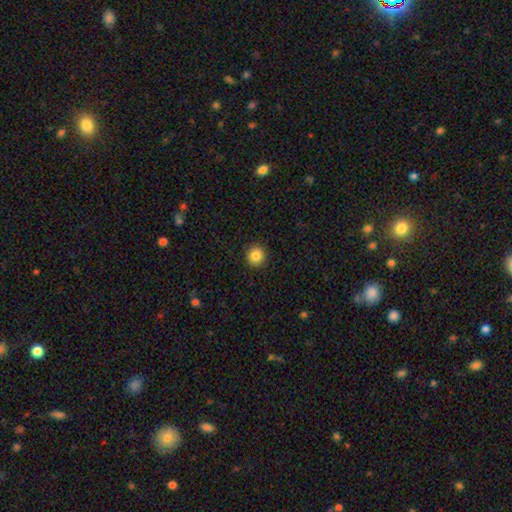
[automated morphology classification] Smooth or featured?
  - smooth: 86% *
  - star or artifact: 10%
  - featured or disk: 4%
How rounded?
  - round: 93% *
  - in between: 6%
  - cigar-shaped: 1%
Merging?
  - none: 92% *
  - minor disturbance: 5%
  - major disturbance: 2%
  - merger: 1%